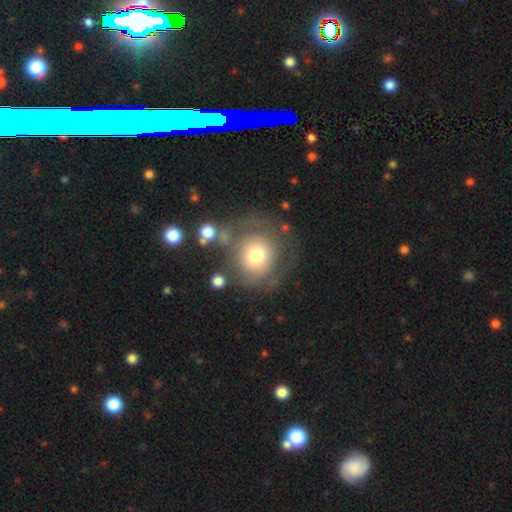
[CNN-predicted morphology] Smooth or featured? smooth (61%)
How rounded? round (86%)
Merging? none (51%)